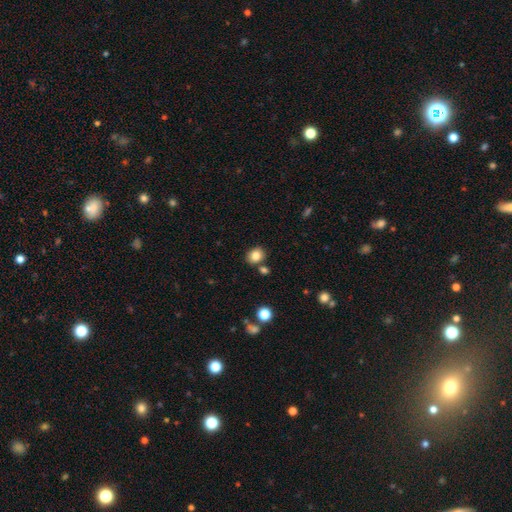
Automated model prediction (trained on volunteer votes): The model was most divided on "how rounded": round: 63%, in between: 37%, cigar-shaped: 1%. More confident: smooth or featured — smooth (83%); merging — none (80%).